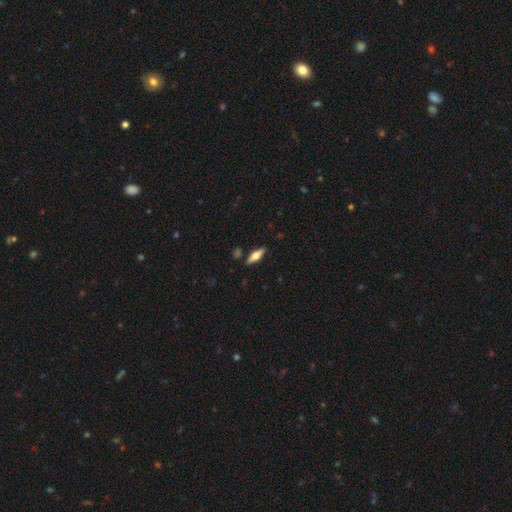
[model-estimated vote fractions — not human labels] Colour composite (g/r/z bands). It shows a smooth galaxy with no disk features (51%) that is in between round and cigar-shaped (56%). Merging: none (86%).